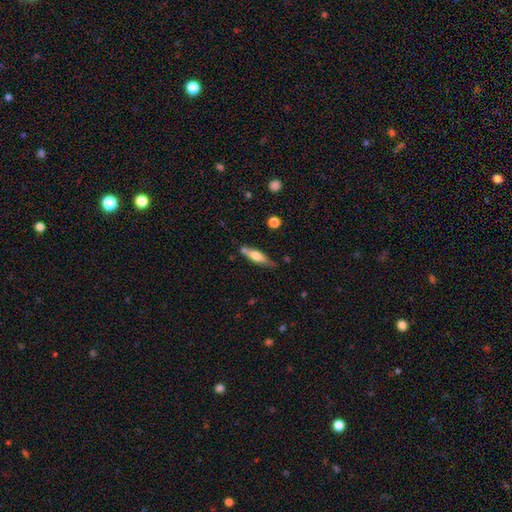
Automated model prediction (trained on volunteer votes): smooth_or_featured: smooth (p=0.59) [alt: featured or disk p=0.34]
how_rounded: cigar-shaped (p=0.54) [alt: in between p=0.44]
merging: none (p=0.63) [alt: minor disturbance p=0.20]